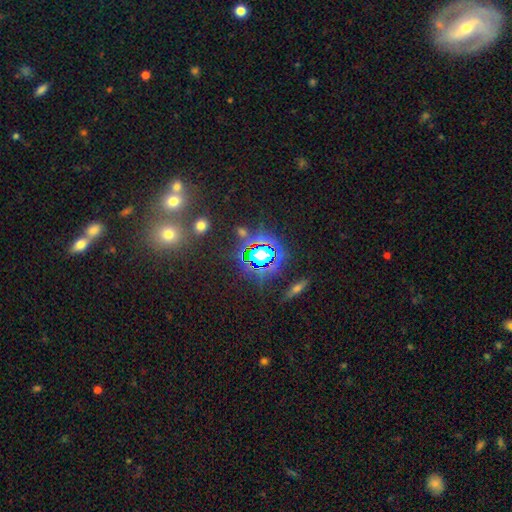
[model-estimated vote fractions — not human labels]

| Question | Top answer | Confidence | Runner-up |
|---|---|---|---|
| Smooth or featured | star or artifact | 77% | smooth (14%) |